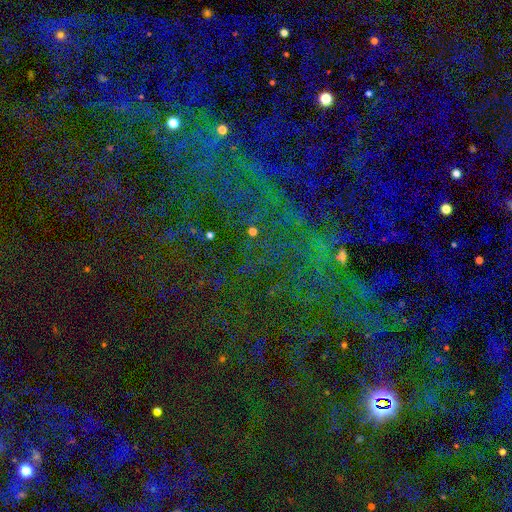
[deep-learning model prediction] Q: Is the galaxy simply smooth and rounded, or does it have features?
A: star or artifact — 78%.